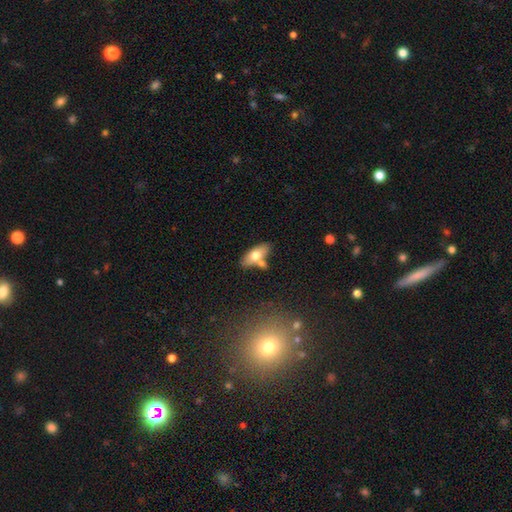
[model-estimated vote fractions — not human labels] Morphology: type=smooth (66%); roundness=in between (80%); merging=none (59%).